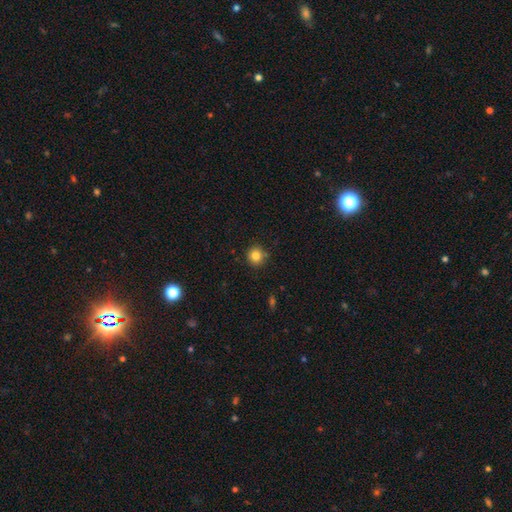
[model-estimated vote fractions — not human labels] The model was most divided on "smooth or featured": smooth: 83%, star or artifact: 11%, featured or disk: 6%. More confident: how rounded — round (93%); merging — none (86%).